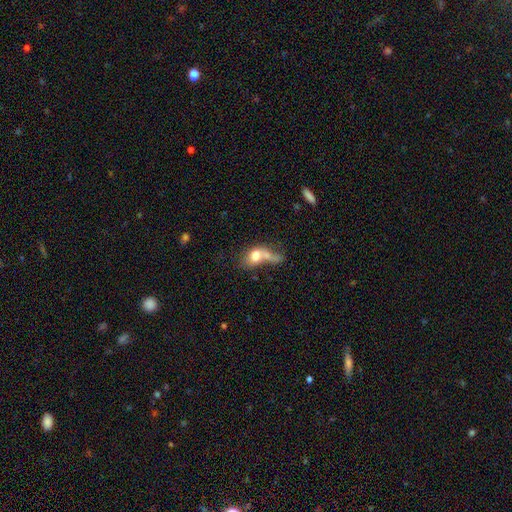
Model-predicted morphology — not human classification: A smooth galaxy with no disk features (66%) that is in between round and cigar-shaped (67%). Merging: merger (53%).